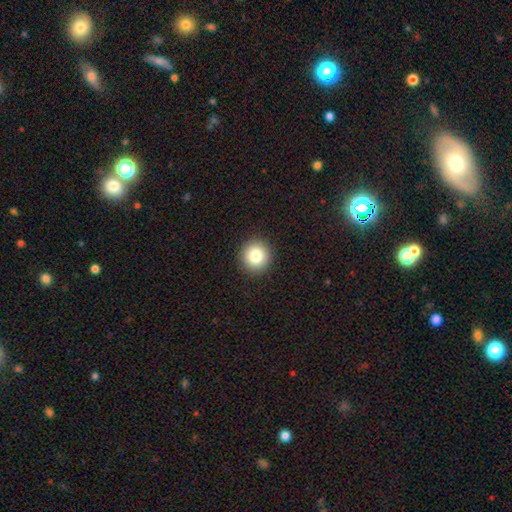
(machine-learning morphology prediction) Q: Smooth or featured?
A: smooth (84%); runner-up: star or artifact (10%)
Q: How rounded?
A: round (94%); runner-up: in between (5%)
Q: Merging?
A: none (92%); runner-up: minor disturbance (5%)